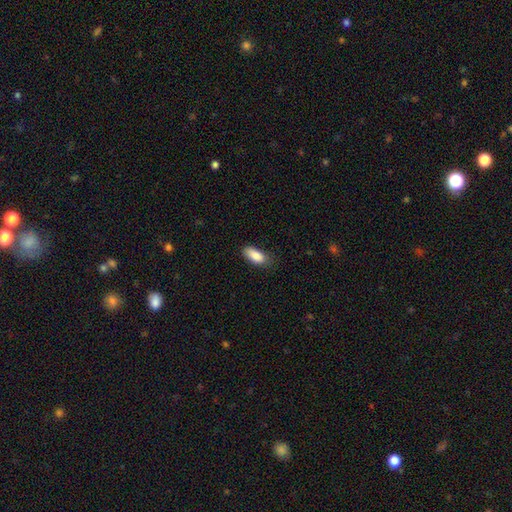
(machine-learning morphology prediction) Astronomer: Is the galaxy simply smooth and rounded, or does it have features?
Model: smooth — 86%.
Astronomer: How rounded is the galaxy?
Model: in between — 86%.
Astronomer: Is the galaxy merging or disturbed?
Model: none — 72%.